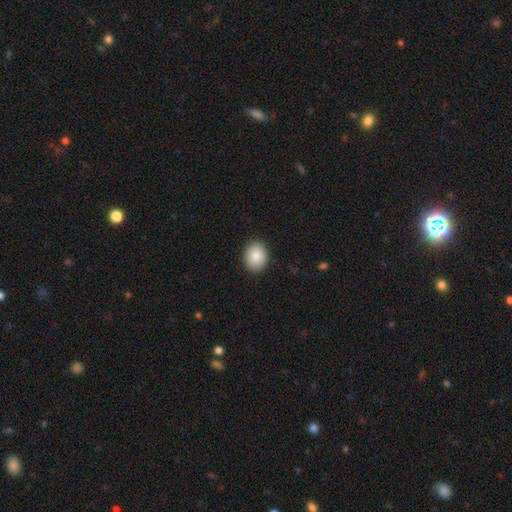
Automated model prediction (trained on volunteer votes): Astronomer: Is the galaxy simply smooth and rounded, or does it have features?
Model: smooth — 86%.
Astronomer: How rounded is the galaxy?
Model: in between — 55% (runner-up: round, 44%).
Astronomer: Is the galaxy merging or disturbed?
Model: none — 90%.